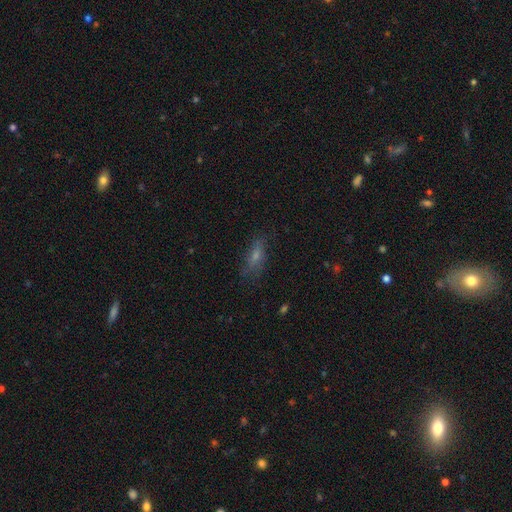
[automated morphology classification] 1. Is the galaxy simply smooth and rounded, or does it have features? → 49% smooth, 32% featured or disk, 19% star or artifact.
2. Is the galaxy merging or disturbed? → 73% none, 19% minor disturbance, 7% major disturbance, 2% merger.